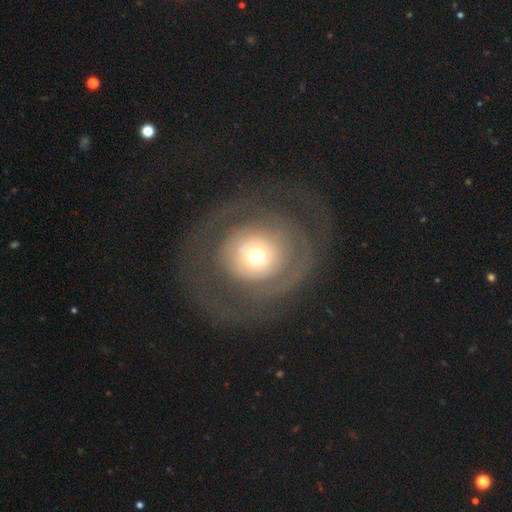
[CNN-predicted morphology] This is possibly a featured or disk galaxy (58%). It is clearly not viewed edge-on (96%). Bar: clearly no (86%). Spiral arm pattern: possibly no (55%). Central bulge: possibly moderate (50%). Merging: likely none (63%).